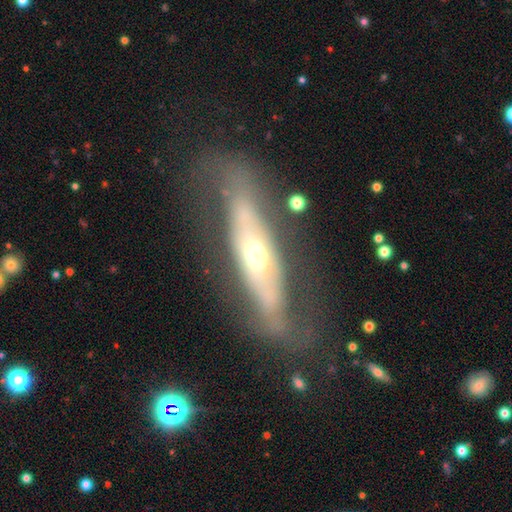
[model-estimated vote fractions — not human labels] smooth_or_featured: featured or disk (p=0.69) [alt: smooth p=0.25]
disk_edge_on: no (p=0.64) [alt: yes p=0.36]
merging: none (p=0.53) [alt: major disturbance p=0.24]